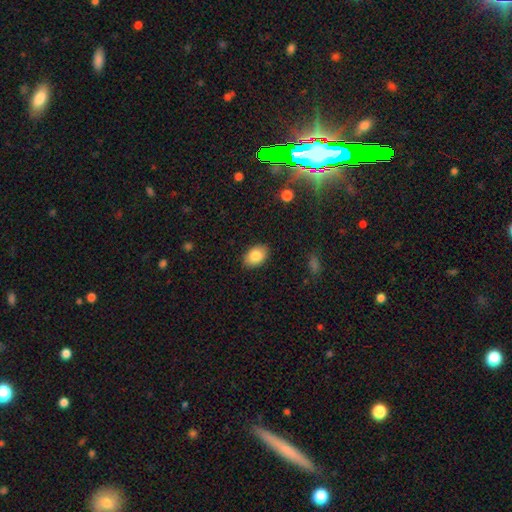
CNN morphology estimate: smooth_or_featured: smooth (p=0.84) [alt: featured or disk p=0.09]
how_rounded: in between (p=0.86) [alt: round p=0.13]
merging: none (p=0.87) [alt: minor disturbance p=0.09]